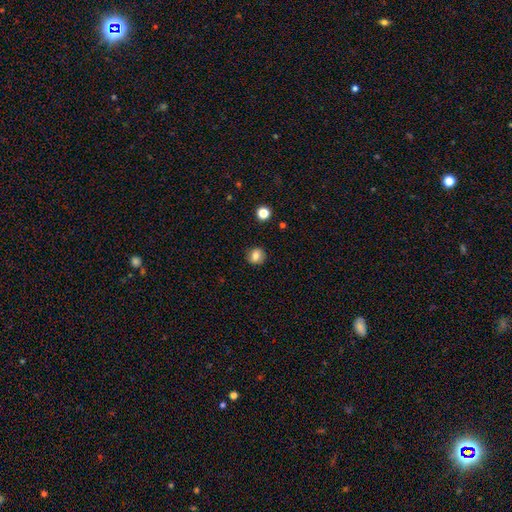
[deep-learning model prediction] Smooth or featured? smooth (78%)
How rounded? round (85%)
Merging? none (88%)